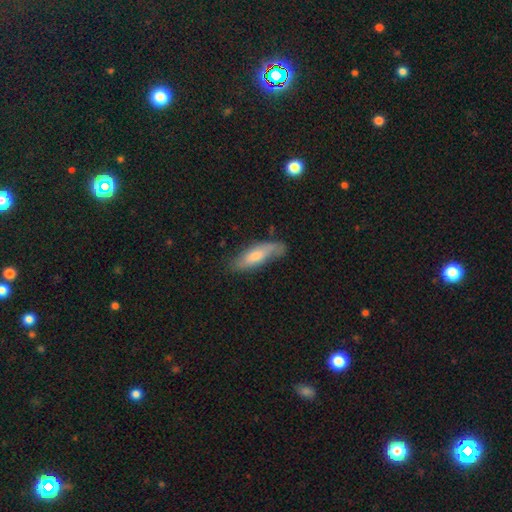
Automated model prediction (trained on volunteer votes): Smooth or featured?
  - smooth: 58% *
  - featured or disk: 35%
  - star or artifact: 7%
How rounded?
  - cigar-shaped: 50% *
  - in between: 48%
  - round: 2%
Merging?
  - none: 66% *
  - minor disturbance: 25%
  - major disturbance: 7%
  - merger: 3%